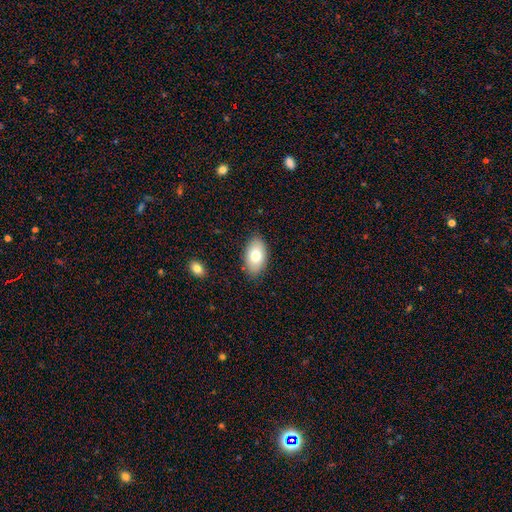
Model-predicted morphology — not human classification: Overall: smooth (75%). How rounded: in between (94%). Merging: none (86%).